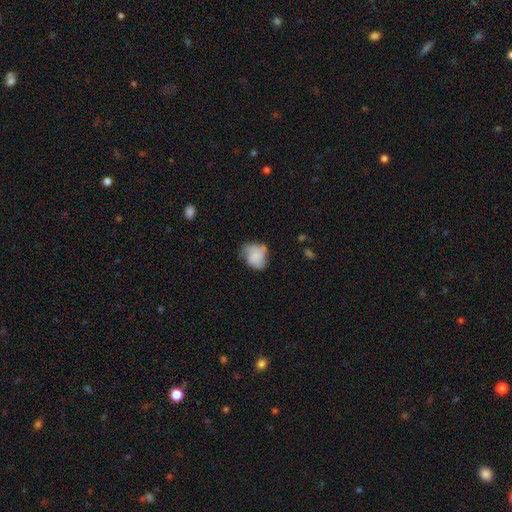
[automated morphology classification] This is likely a smooth galaxy (70%). How rounded: possibly in between (54%). Merging: marginally minor disturbance (39%).